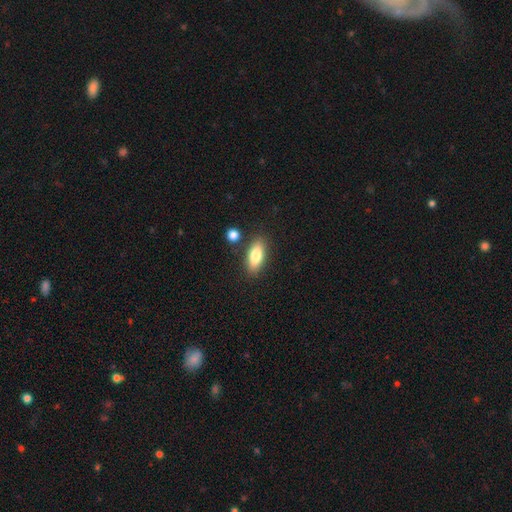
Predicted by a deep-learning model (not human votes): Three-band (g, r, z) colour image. It shows a smooth galaxy with no disk features (81%) that is in between round and cigar-shaped (79%). Merging: none (81%).